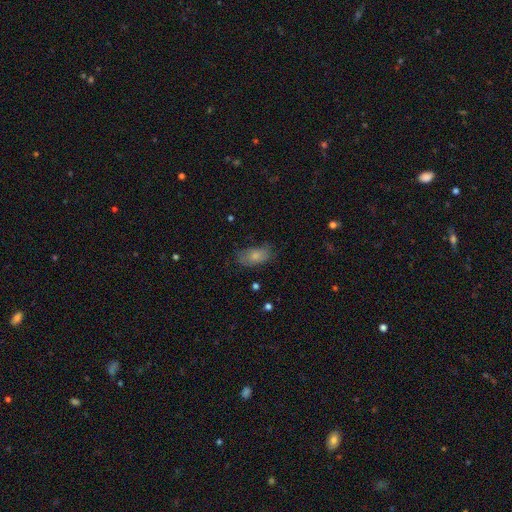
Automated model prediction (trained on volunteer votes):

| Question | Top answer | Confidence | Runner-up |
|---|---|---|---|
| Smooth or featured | smooth | 77% | featured or disk (16%) |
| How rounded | in between | 91% | round (5%) |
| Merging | none | 64% | minor disturbance (26%) |